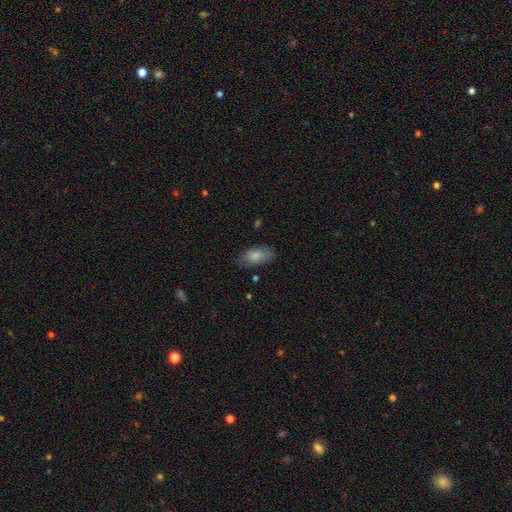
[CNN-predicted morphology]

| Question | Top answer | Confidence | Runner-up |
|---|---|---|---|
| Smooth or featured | smooth | 83% | featured or disk (10%) |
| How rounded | in between | 92% | cigar-shaped (5%) |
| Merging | none | 76% | minor disturbance (18%) |